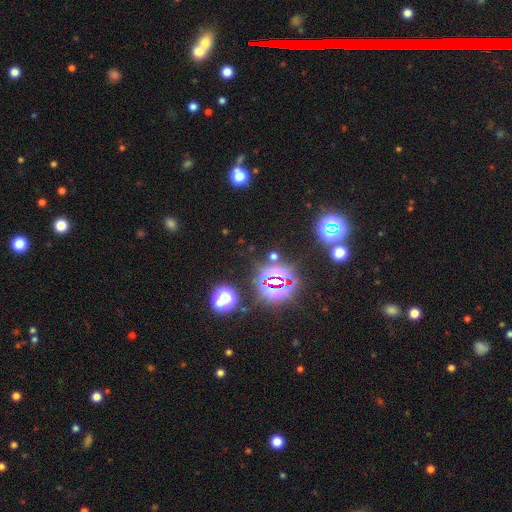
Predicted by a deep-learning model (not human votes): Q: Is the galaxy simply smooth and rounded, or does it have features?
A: star or artifact — 81%.